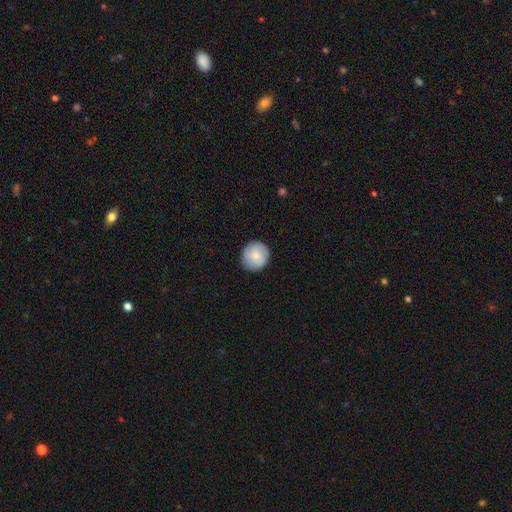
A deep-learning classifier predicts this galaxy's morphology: This is likely a smooth galaxy (79%). How rounded: clearly round (92%). Merging: clearly none (88%).